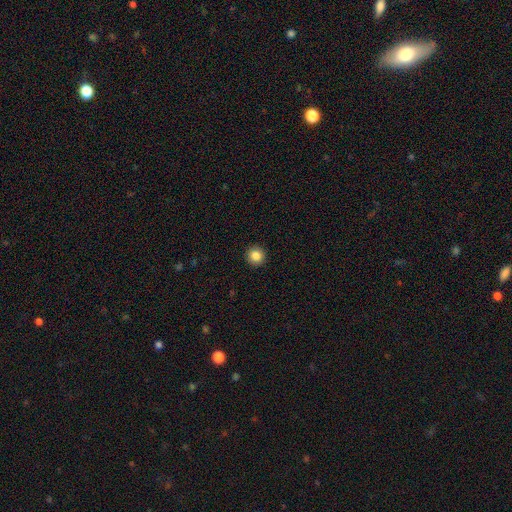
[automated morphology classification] Smooth or featured?
  - smooth: 85% *
  - star or artifact: 10%
  - featured or disk: 5%
How rounded?
  - round: 95% *
  - in between: 4%
  - cigar-shaped: 1%
Merging?
  - none: 93% *
  - minor disturbance: 4%
  - major disturbance: 1%
  - merger: 1%